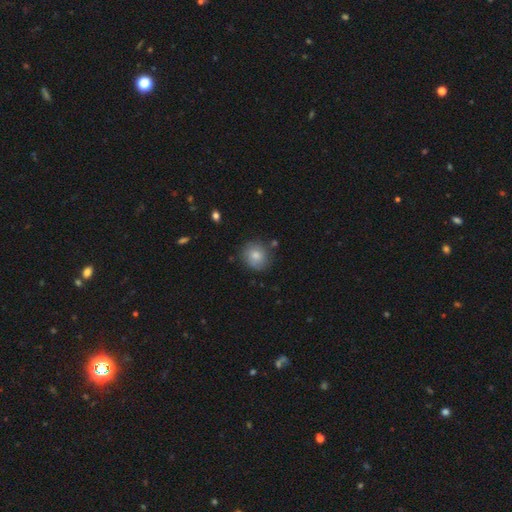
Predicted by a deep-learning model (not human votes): smooth 78%, featured or disk 13%, star or artifact 8%. Down the decision tree: how rounded — round (84%); merging — none (78%).